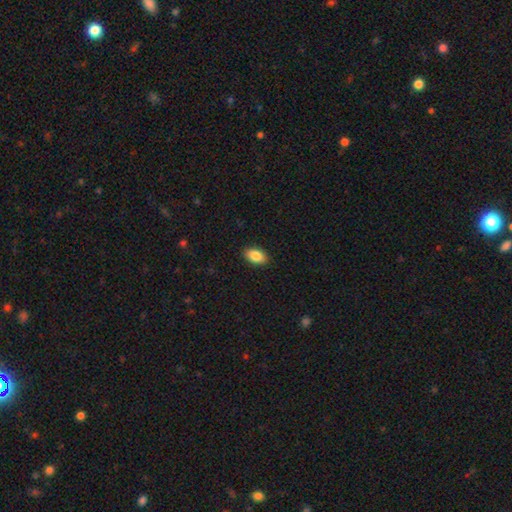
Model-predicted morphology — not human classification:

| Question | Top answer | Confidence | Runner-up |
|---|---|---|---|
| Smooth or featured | smooth | 86% | star or artifact (7%) |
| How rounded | in between | 93% | round (5%) |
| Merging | none | 90% | minor disturbance (7%) |